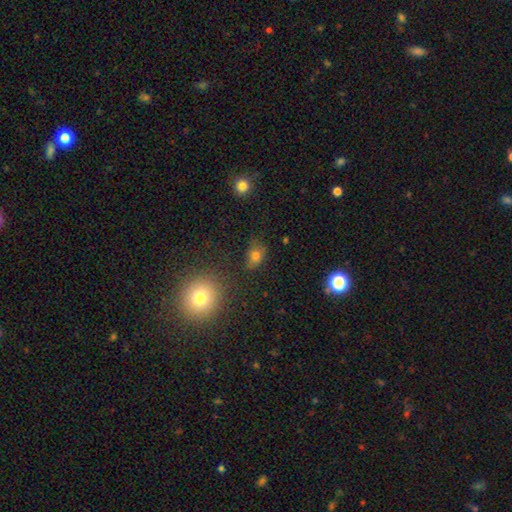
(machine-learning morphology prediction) Q: Smooth or featured?
A: smooth (73%); runner-up: star or artifact (18%)
Q: How rounded?
A: in between (65%); runner-up: round (33%)
Q: Merging?
A: none (64%); runner-up: minor disturbance (22%)